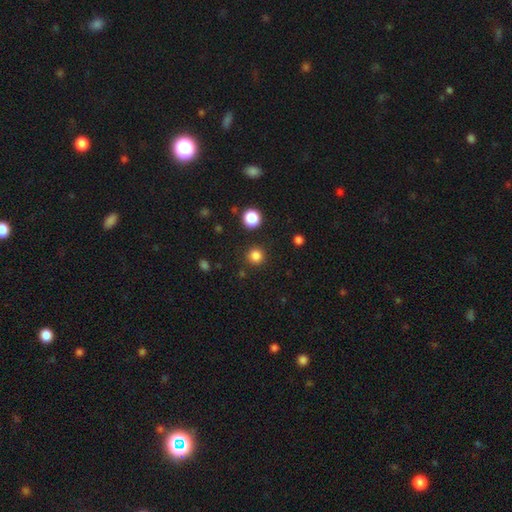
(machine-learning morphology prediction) smooth-or-featured: smooth: 83% | star or artifact: 14% | featured or disk: 4%
  how-rounded: round: 94% | in between: 5% | cigar-shaped: 1%
  merging: none: 89% | minor disturbance: 6% | major disturbance: 3% | merger: 2%